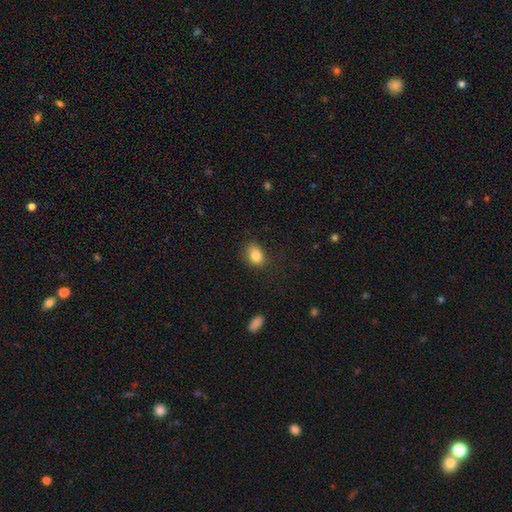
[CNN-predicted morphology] Q: Smooth or featured?
A: smooth (85%); runner-up: star or artifact (9%)
Q: How rounded?
A: in between (70%); runner-up: round (29%)
Q: Merging?
A: none (79%); runner-up: minor disturbance (15%)